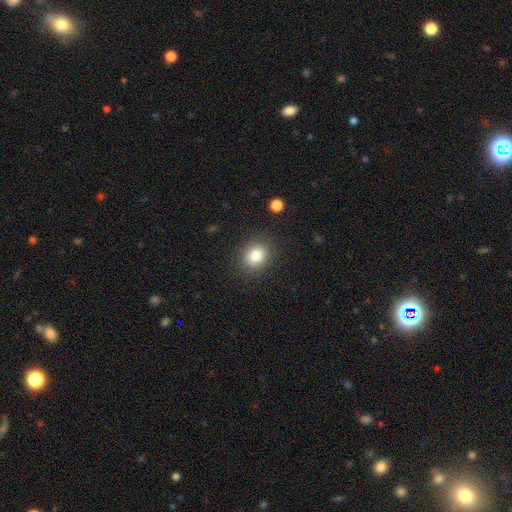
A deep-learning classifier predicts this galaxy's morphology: This appears to be a smooth galaxy with no disk features (83%) that is round (59%). Merging: none (86%).